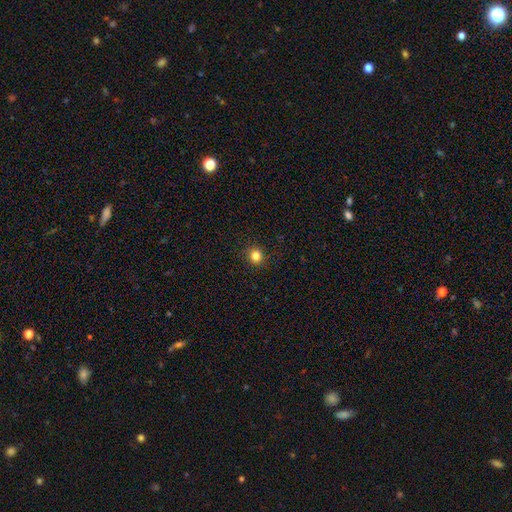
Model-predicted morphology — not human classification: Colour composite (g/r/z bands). It shows a smooth galaxy with no disk features (83%) that is round (92%). Merging: none (91%).